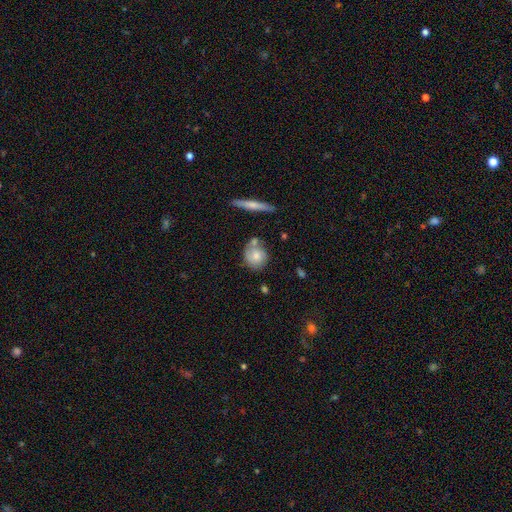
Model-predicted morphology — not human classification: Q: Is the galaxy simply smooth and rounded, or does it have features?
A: smooth — 61%.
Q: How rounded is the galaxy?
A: round — 72%.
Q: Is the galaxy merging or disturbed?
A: none — 56%.